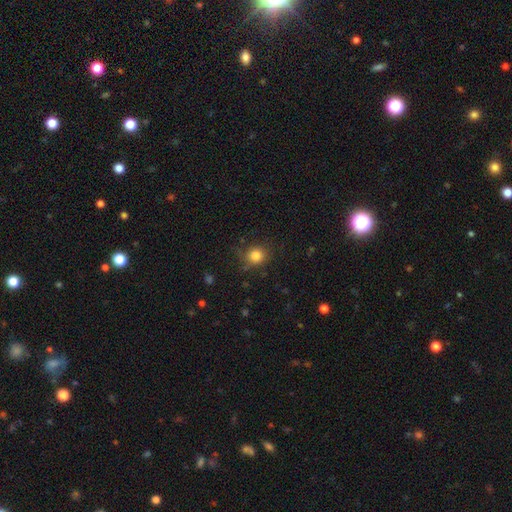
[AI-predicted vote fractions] The model was most divided on "merging": none: 80%, minor disturbance: 14%, major disturbance: 4%, merger: 2%. More confident: how rounded — round (86%); smooth or featured — smooth (82%).